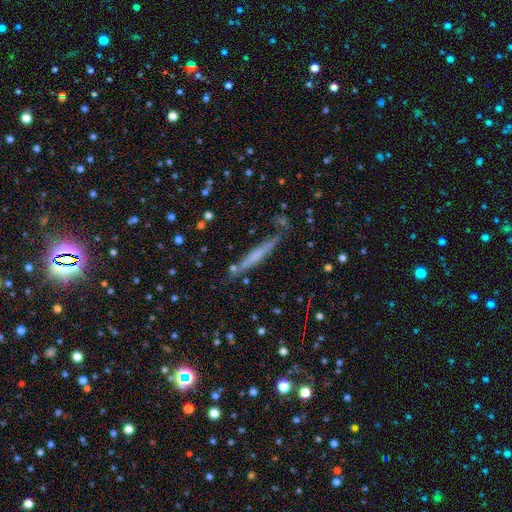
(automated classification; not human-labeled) Overall: smooth (46%; featured or disk 44%). Merging: none (79%).